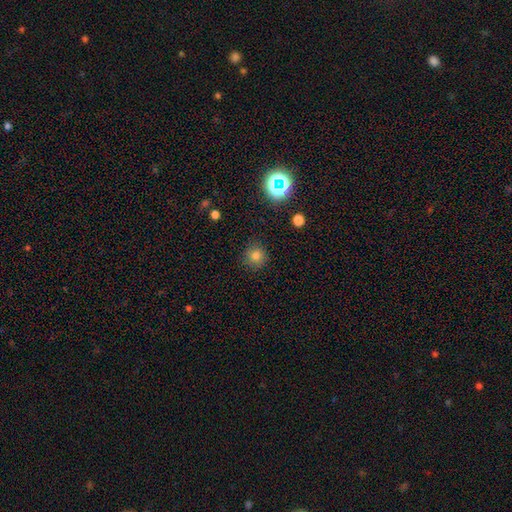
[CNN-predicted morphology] smooth-or-featured: smooth: 76% | star or artifact: 17% | featured or disk: 7%
  how-rounded: round: 92% | in between: 7% | cigar-shaped: 1%
  merging: none: 88% | minor disturbance: 8% | major disturbance: 3% | merger: 1%